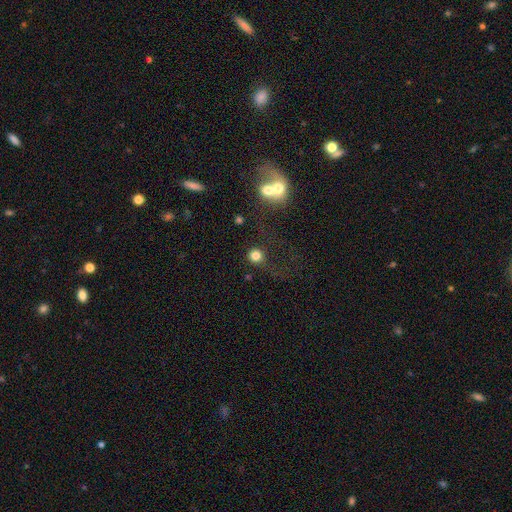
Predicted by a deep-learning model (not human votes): A smooth galaxy with no disk features (80%) that is round (92%).

Vote fractions:
- Smooth or featured? smooth: 80% / star or artifact: 14% / featured or disk: 7%
- How rounded? round: 92% / in between: 7% / cigar-shaped: 1%
- Merging? none: 71% / merger: 12% / minor disturbance: 10% / major disturbance: 8%